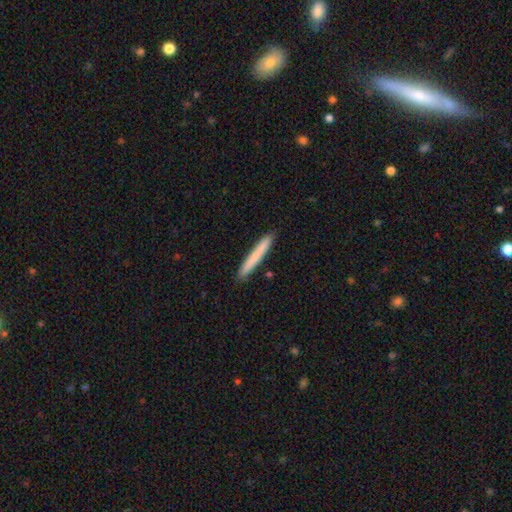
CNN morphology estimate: smooth_or_featured: smooth (p=0.76) [alt: featured or disk p=0.18]
how_rounded: cigar-shaped (p=0.96) [alt: in between p=0.02]
merging: none (p=0.91) [alt: minor disturbance p=0.06]